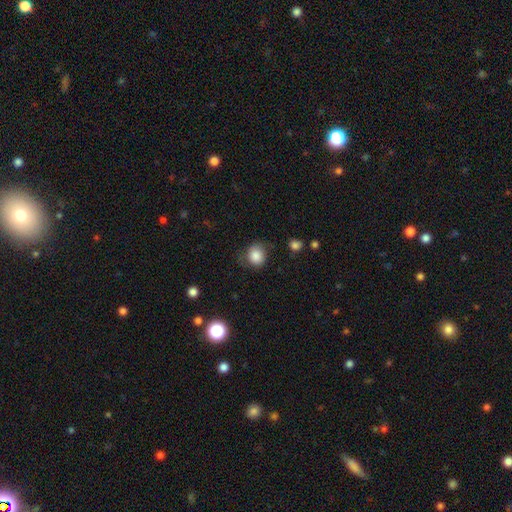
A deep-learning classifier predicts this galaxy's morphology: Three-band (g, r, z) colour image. It shows a smooth galaxy with no disk features (84%) that is round (77%). Merging: none (67%).